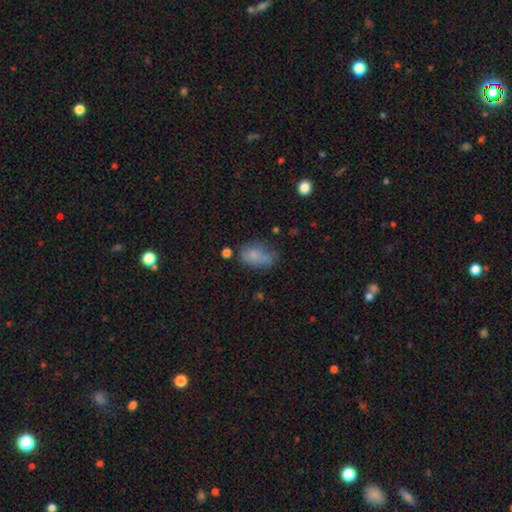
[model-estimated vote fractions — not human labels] Smooth or featured? smooth (73%)
How rounded? in between (85%)
Merging? none (43%)